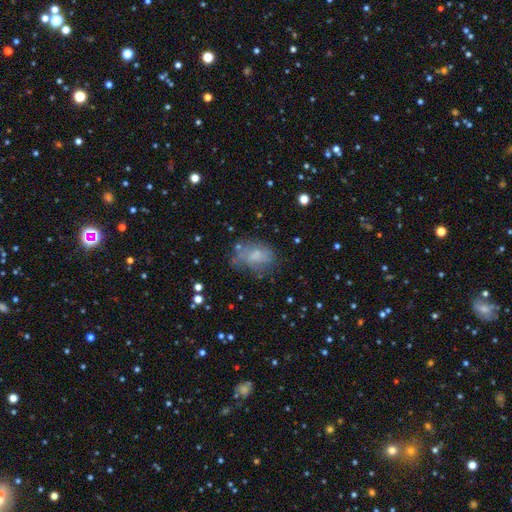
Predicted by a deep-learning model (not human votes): smooth_or_featured: smooth (p=0.62) [alt: featured or disk p=0.26]
how_rounded: in between (p=0.78) [alt: round p=0.20]
merging: none (p=0.47) [alt: minor disturbance p=0.29]